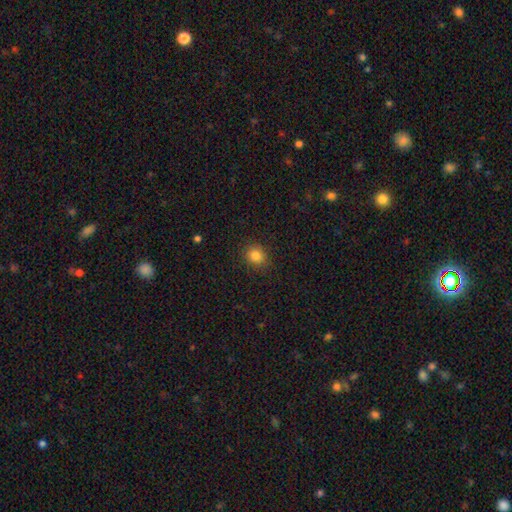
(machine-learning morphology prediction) Q: Smooth or featured?
A: smooth (84%); runner-up: star or artifact (12%)
Q: How rounded?
A: round (73%); runner-up: in between (26%)
Q: Merging?
A: none (88%); runner-up: minor disturbance (9%)